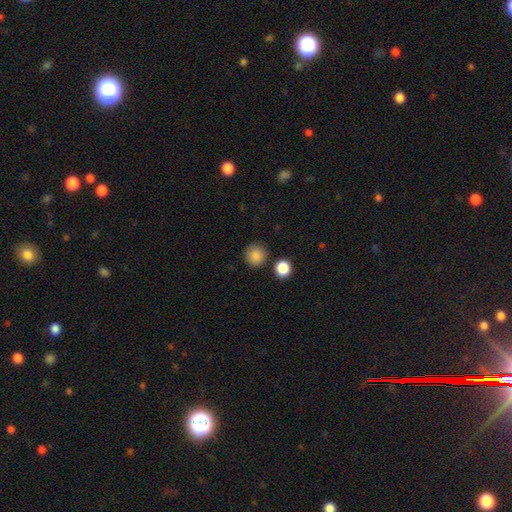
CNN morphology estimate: smooth_or_featured: smooth (p=0.87) [alt: star or artifact p=0.10]
how_rounded: round (p=0.90) [alt: in between p=0.09]
merging: none (p=0.85) [alt: minor disturbance p=0.08]